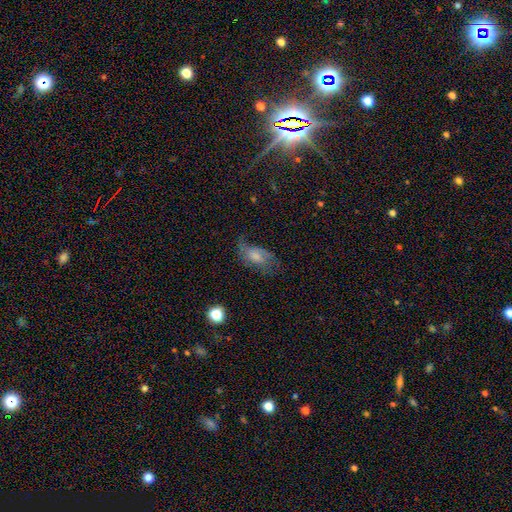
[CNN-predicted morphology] Smooth or featured?
  - smooth: 46% *
  - featured or disk: 44%
  - star or artifact: 10%
Merging?
  - none: 40% *
  - major disturbance: 29%
  - minor disturbance: 28%
  - merger: 3%